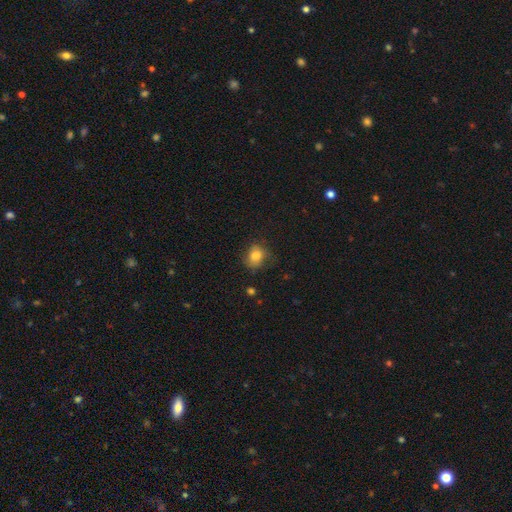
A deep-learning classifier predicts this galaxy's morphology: smooth_or_featured: smooth (p=0.80) [alt: star or artifact p=0.10]
how_rounded: round (p=0.64) [alt: in between p=0.35]
merging: none (p=0.69) [alt: minor disturbance p=0.23]